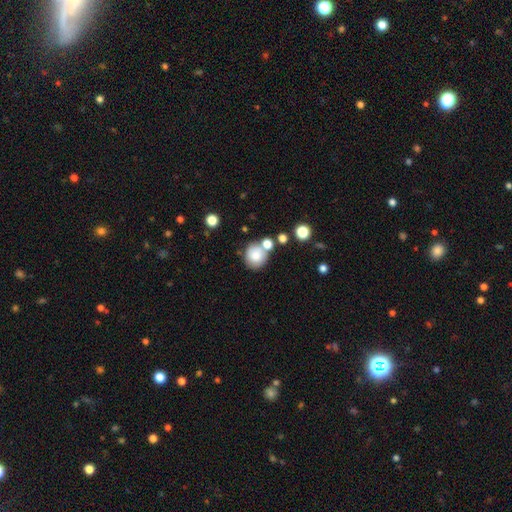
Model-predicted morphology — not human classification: Smooth or featured? smooth (78%)
How rounded? round (83%)
Merging? none (60%)